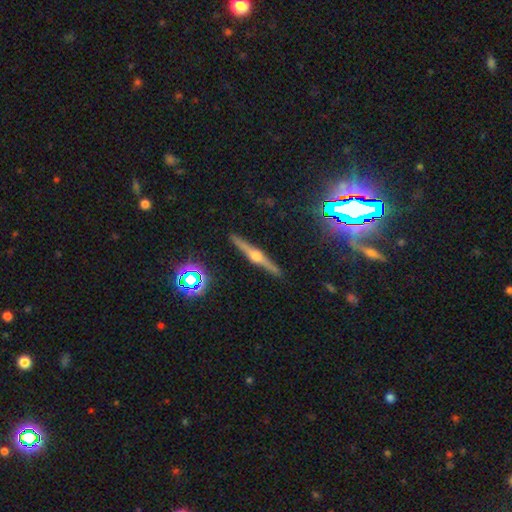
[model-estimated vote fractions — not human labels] Smooth or featured?
  - featured or disk: 77% *
  - smooth: 12%
  - star or artifact: 11%
Edge-on disk?
  - yes: 98% *
  - no: 2%
Edge-on bulge?
  - rounded: 93% *
  - boxy: 4%
  - none: 3%
Merging?
  - none: 91% *
  - minor disturbance: 7%
  - major disturbance: 1%
  - merger: 1%